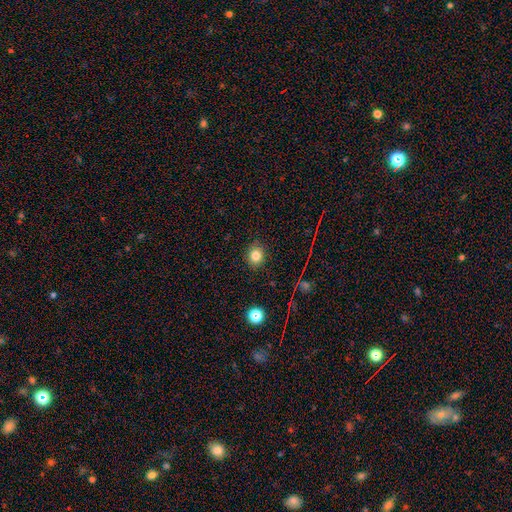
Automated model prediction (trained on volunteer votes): A smooth galaxy with no disk features (80%) that is round (73%).

Vote fractions:
- Smooth or featured? smooth: 80% / star or artifact: 13% / featured or disk: 7%
- How rounded? round: 73% / in between: 26% / cigar-shaped: 1%
- Merging? none: 88% / minor disturbance: 8% / major disturbance: 2% / merger: 1%